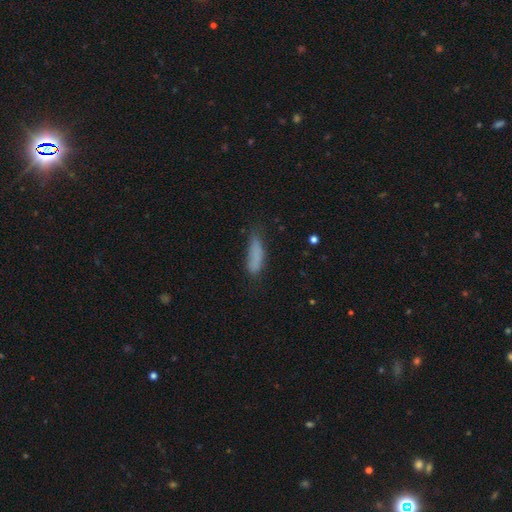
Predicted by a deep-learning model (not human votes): Smooth or featured: smooth — 79% (featured or disk — 11%)
How rounded: cigar-shaped — 59% (in between — 39%)
Merging: none — 57% (minor disturbance — 29%)